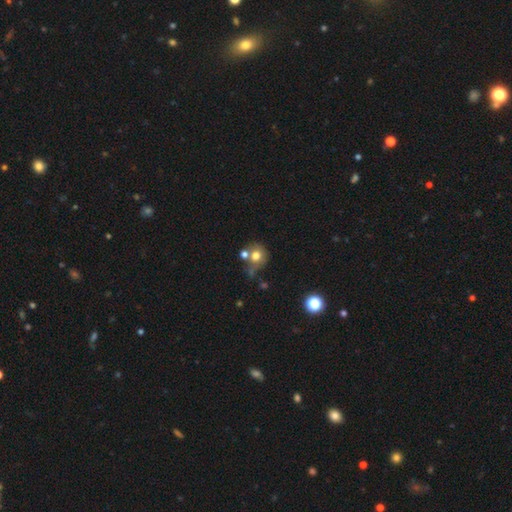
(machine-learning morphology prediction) Overall: smooth (70%). How rounded: round (75%). Merging: none (41%; merger 32%).